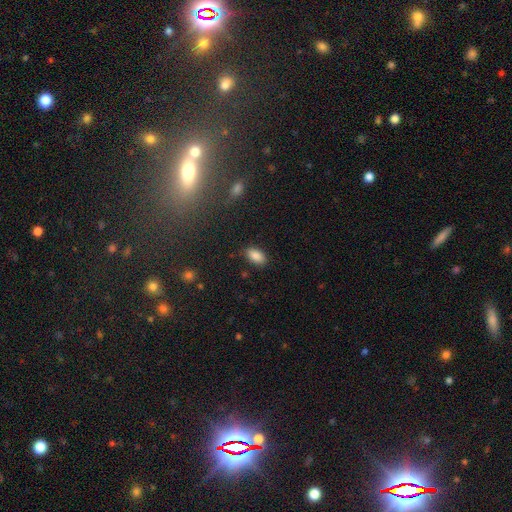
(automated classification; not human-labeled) Q: Smooth or featured?
A: smooth (87%); runner-up: star or artifact (8%)
Q: How rounded?
A: in between (93%); runner-up: round (4%)
Q: Merging?
A: none (84%); runner-up: minor disturbance (12%)